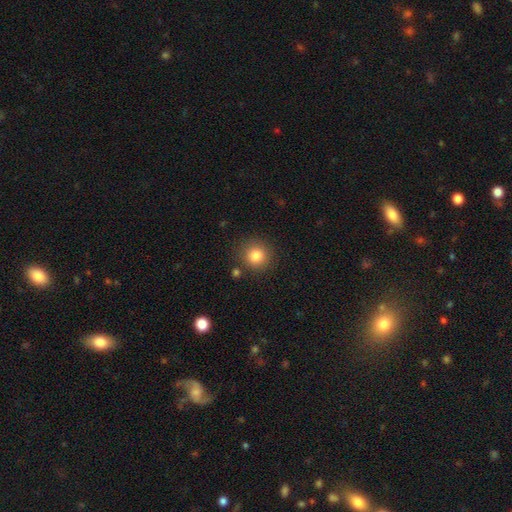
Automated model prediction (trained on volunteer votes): A smooth galaxy with no disk features (83%) that is round (92%). Merging: none (85%).